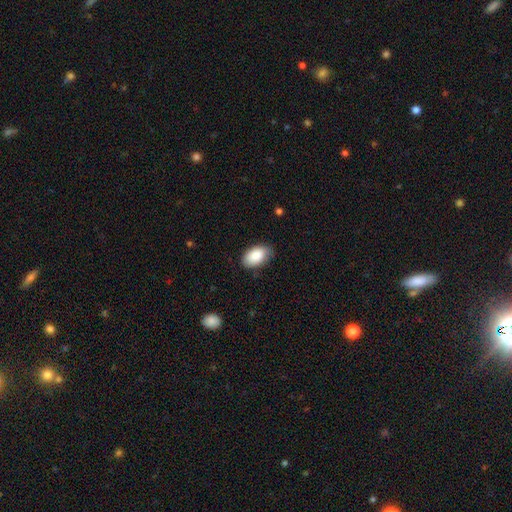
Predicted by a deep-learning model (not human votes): This appears to be a smooth galaxy with no disk features (88%) that is in between round and cigar-shaped (94%). Merging: none (79%).